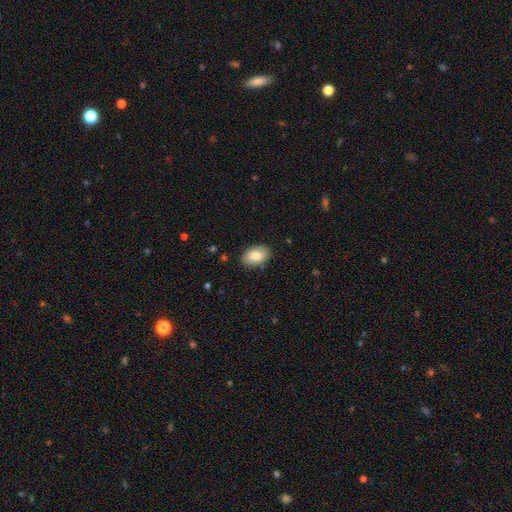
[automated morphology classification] Smooth or featured? smooth (83%)
How rounded? in between (89%)
Merging? none (86%)